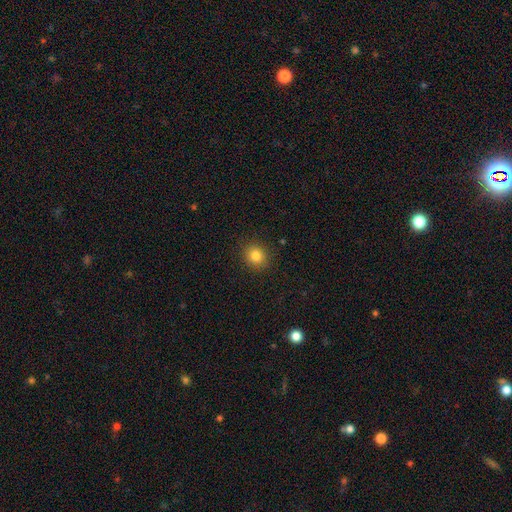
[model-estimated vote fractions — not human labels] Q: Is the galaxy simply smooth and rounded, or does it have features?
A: smooth — 82%.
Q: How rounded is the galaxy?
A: round — 82%.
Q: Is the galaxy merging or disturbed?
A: none — 90%.